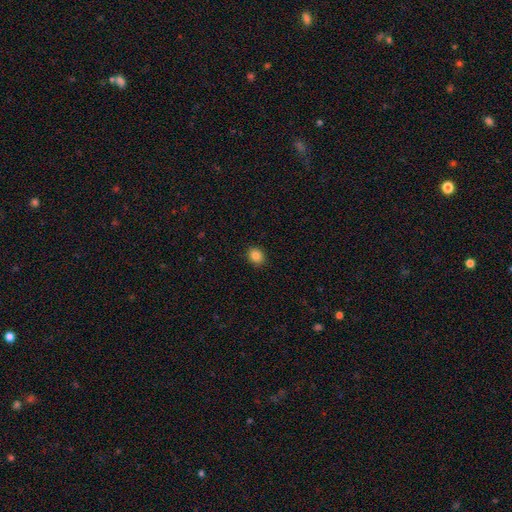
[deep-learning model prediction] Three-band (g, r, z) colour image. It shows a smooth galaxy with no disk features (85%) that is round (62%). Merging: none (90%).